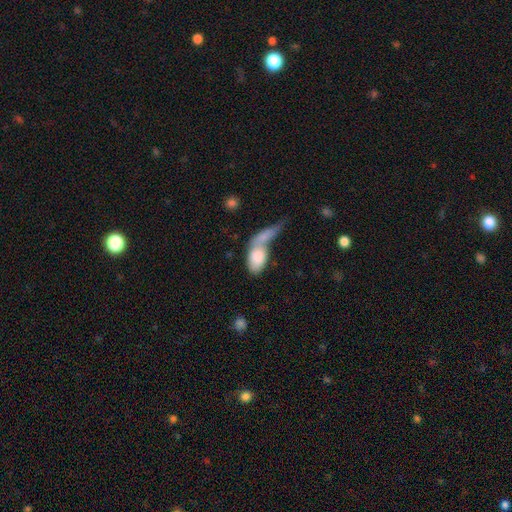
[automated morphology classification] Q: Smooth or featured?
A: smooth (79%); runner-up: featured or disk (14%)
Q: How rounded?
A: in between (86%); runner-up: round (8%)
Q: Merging?
A: merger (64%); runner-up: none (18%)